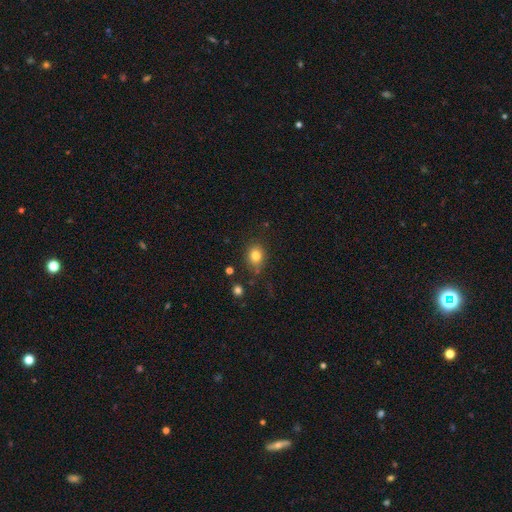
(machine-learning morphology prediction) The model was most divided on "how rounded": round: 64%, in between: 35%, cigar-shaped: 1%. More confident: smooth or featured — smooth (81%); merging — none (77%).